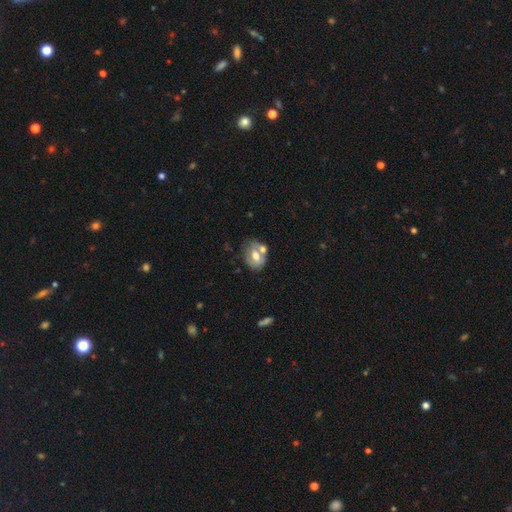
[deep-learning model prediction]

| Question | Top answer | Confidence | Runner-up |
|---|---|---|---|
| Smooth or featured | smooth | 55% | featured or disk (37%) |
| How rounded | in between | 64% | round (35%) |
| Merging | none | 44% | merger (33%) |